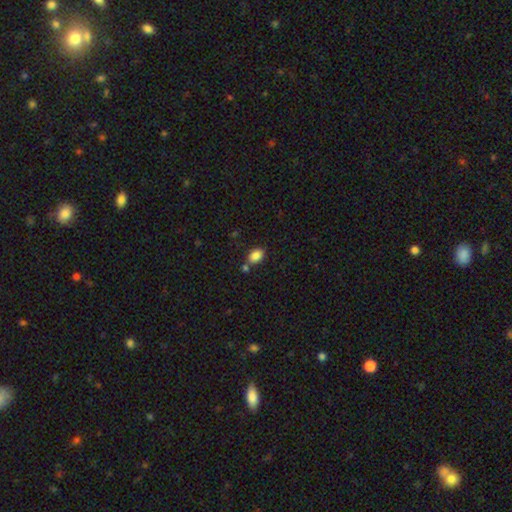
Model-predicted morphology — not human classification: Smooth or featured?
  - smooth: 86% *
  - star or artifact: 9%
  - featured or disk: 6%
How rounded?
  - in between: 80% *
  - round: 19%
  - cigar-shaped: 1%
Merging?
  - none: 71% *
  - merger: 14%
  - minor disturbance: 12%
  - major disturbance: 3%